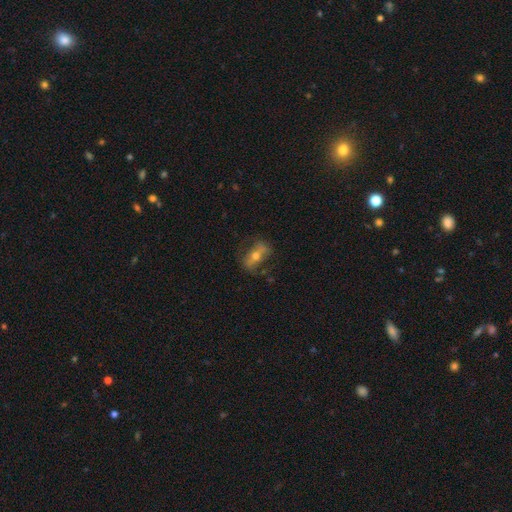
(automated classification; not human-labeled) Morphology: type=featured or disk (54%); edge-on=no (70%); merging=none (70%).